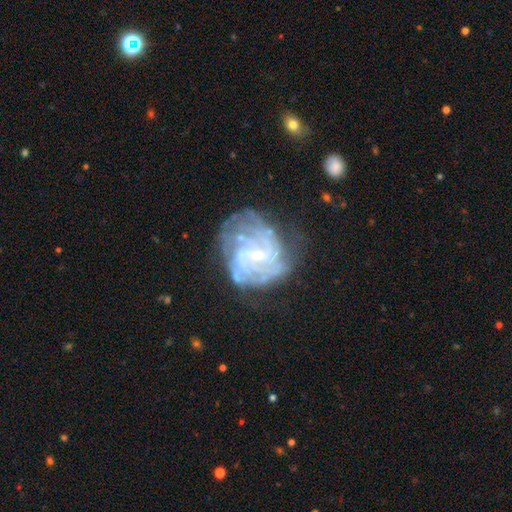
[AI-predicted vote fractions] Overall: featured or disk (85%). Edge-on disk: no (98%). Bar: no (52%; weak 40%). Spiral arms: yes (93%). Spiral arm count: can't tell (35%; 4 20%). Spiral winding: tight (61%; medium 31%). Bulge size: small (79%). Merging: none (59%; minor disturbance 22%).